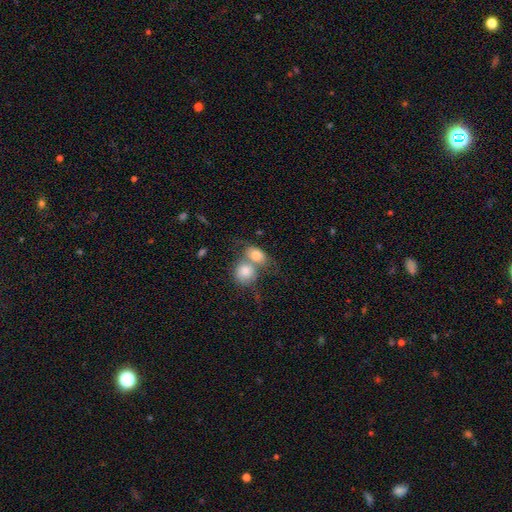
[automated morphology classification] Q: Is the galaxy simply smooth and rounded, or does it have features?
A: smooth — 78%.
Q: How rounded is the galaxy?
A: in between — 58%.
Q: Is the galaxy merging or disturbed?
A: merger — 65%.